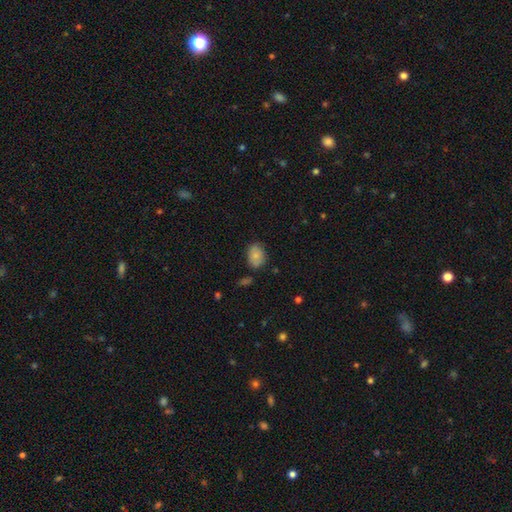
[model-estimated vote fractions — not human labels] A smooth galaxy with no disk features (80%) that is in between round and cigar-shaped (73%). Merging: none (71%).